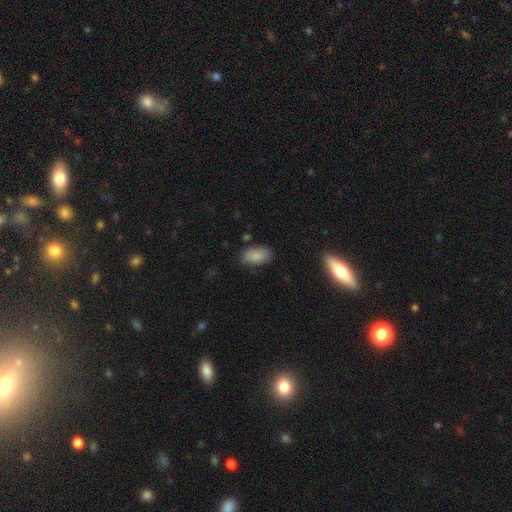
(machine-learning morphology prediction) This appears to be a smooth galaxy with no disk features (87%) that is in between round and cigar-shaped (93%). Merging: none (80%).